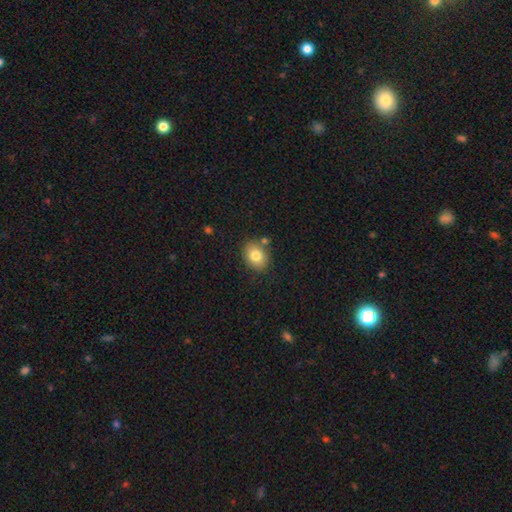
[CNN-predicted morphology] Overall: smooth (80%). How rounded: in between (55%; round 44%). Merging: none (79%).